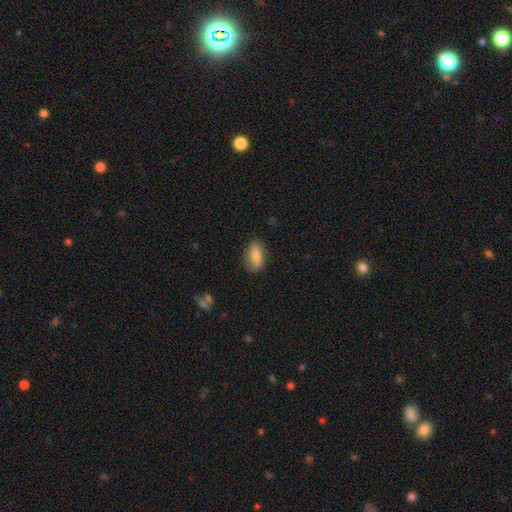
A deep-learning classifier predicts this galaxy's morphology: A smooth galaxy with no disk features (79%) that is in between round and cigar-shaped (85%). Merging: none (79%).